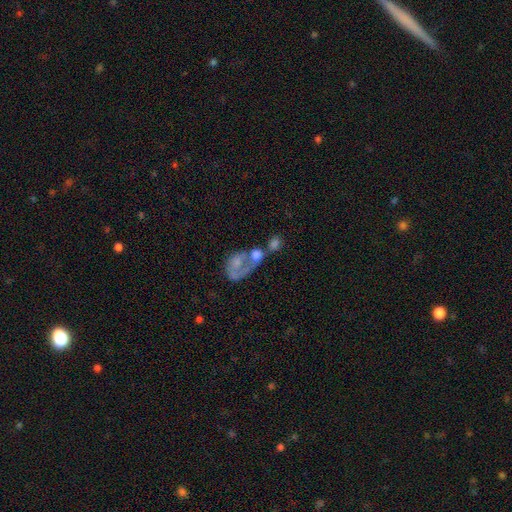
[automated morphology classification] This appears to be a featured or disk galaxy (47%). Merging: merger (54%).